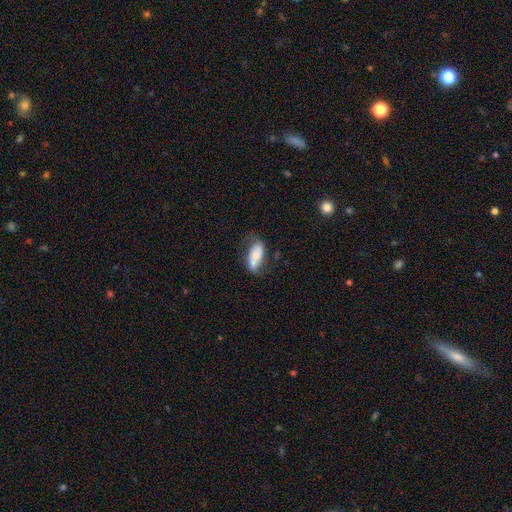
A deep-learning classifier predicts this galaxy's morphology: Q: Smooth or featured?
A: smooth (62%); runner-up: featured or disk (31%)
Q: How rounded?
A: in between (84%); runner-up: cigar-shaped (13%)
Q: Merging?
A: none (56%); runner-up: minor disturbance (25%)